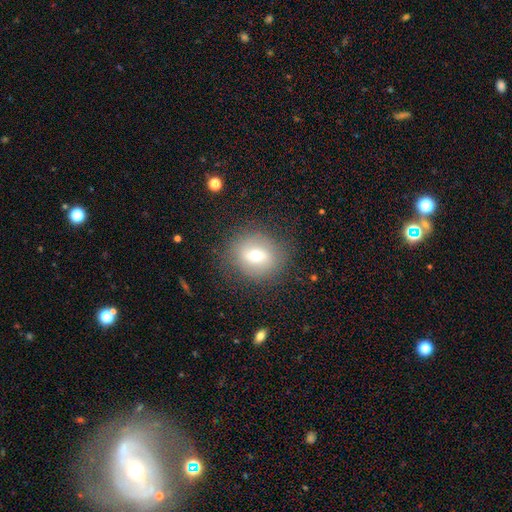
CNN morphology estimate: This is possibly a smooth galaxy (55%). How rounded: likely round (80%). Merging: clearly none (82%).